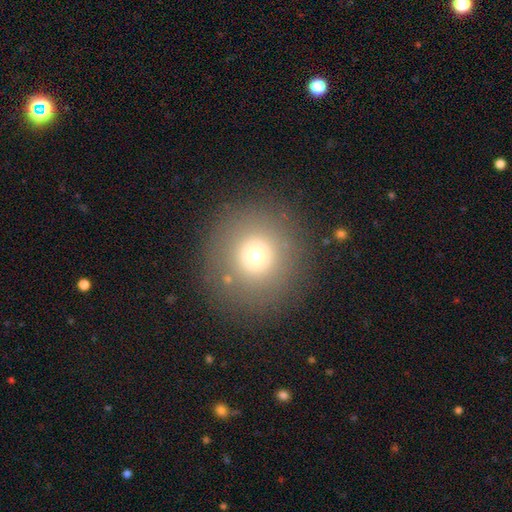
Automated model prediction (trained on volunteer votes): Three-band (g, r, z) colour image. It shows a smooth galaxy with no disk features (65%) that is round (93%). Merging: none (85%).